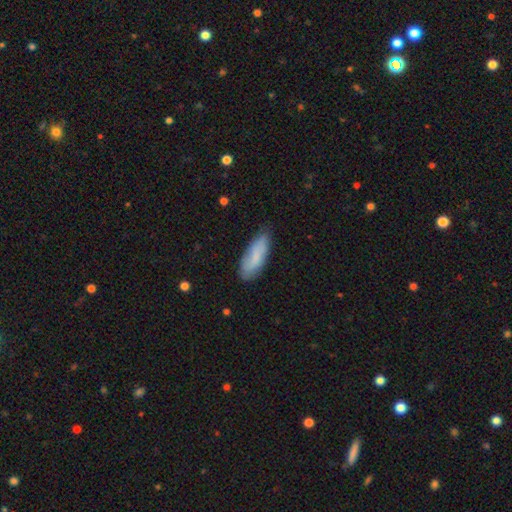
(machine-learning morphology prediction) Smooth or featured?
  - smooth: 77% *
  - featured or disk: 17%
  - star or artifact: 7%
How rounded?
  - in between: 67% *
  - cigar-shaped: 32%
  - round: 2%
Merging?
  - none: 71% *
  - minor disturbance: 23%
  - major disturbance: 4%
  - merger: 2%